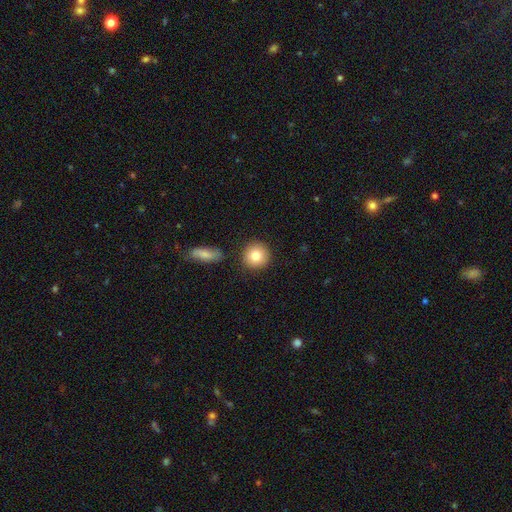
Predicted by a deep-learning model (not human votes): A smooth galaxy with no disk features (83%) that is round (92%). Merging: none (85%).